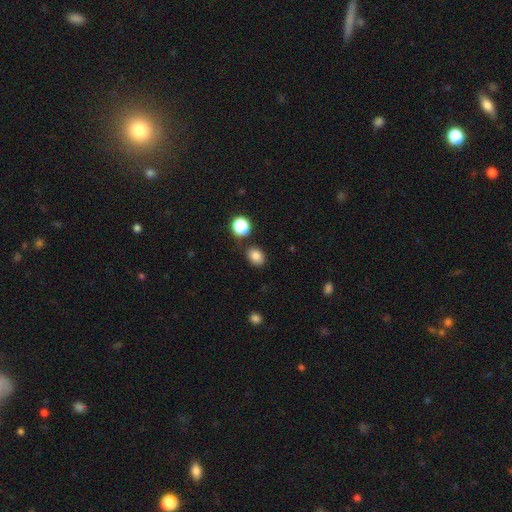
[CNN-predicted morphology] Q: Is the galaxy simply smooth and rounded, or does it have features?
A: smooth — 82%.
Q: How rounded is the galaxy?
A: in between — 56%.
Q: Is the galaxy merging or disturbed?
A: none — 79%.